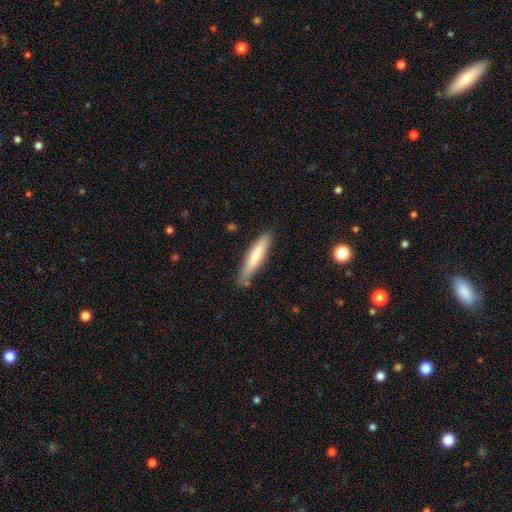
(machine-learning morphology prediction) smooth 74%, featured or disk 20%, star or artifact 5%. Down the decision tree: how rounded — cigar-shaped (88%); merging — none (81%).